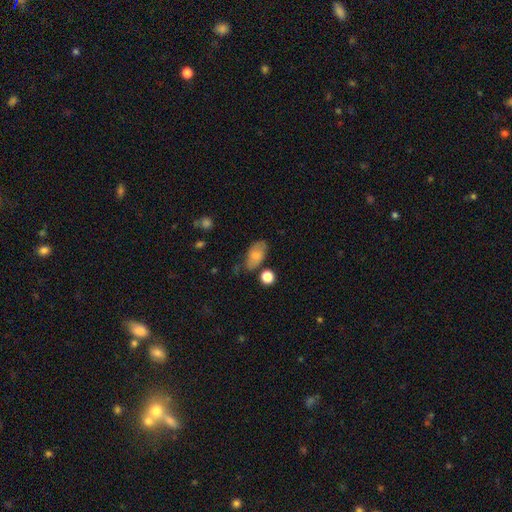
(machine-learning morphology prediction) Overall: smooth (73%). How rounded: in between (90%). Merging: none (62%; minor disturbance 25%).